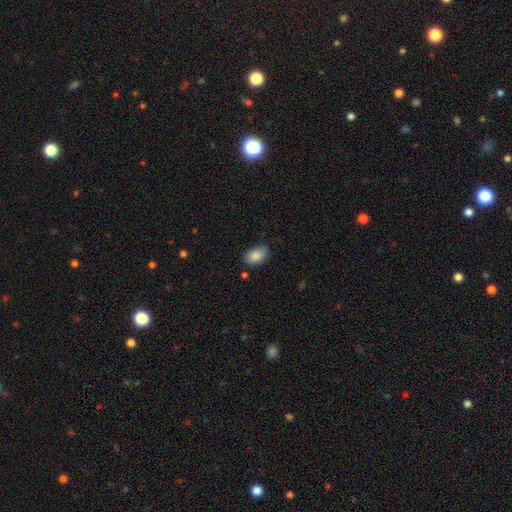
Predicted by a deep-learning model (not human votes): smooth 86%, star or artifact 7%, featured or disk 7%. Down the decision tree: how rounded — in between (88%); merging — none (74%).